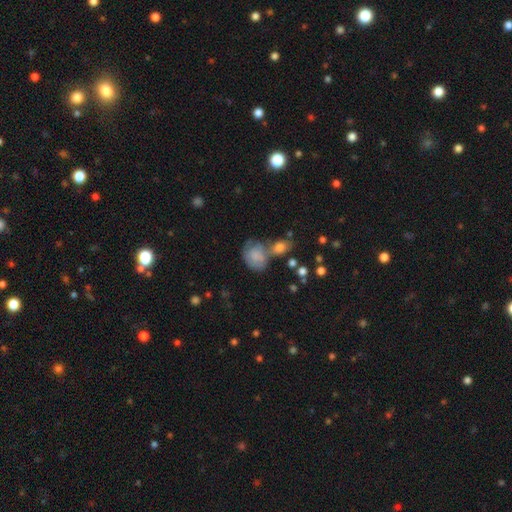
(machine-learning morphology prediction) Overall: smooth (70%). How rounded: in between (53%; round 45%). Merging: merger (36%; none 31%).